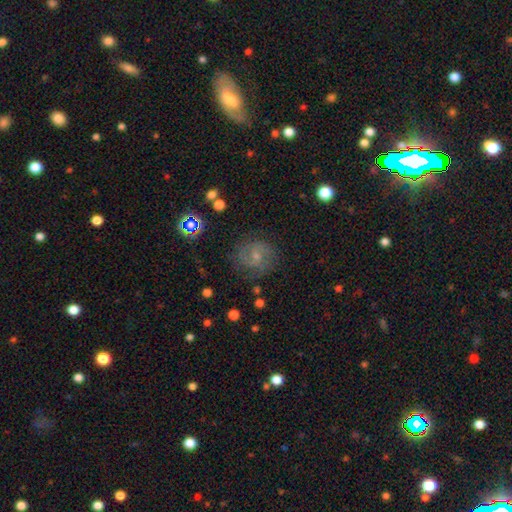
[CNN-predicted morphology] Smooth or featured?
  - featured or disk: 56% *
  - smooth: 29%
  - star or artifact: 15%
Edge-on disk?
  - no: 98% *
  - yes: 2%
Bar?
  - no: 53% *
  - weak: 39%
  - strong: 8%
Spiral arms?
  - yes: 86% *
  - no: 14%
Bulge size?
  - small: 61% *
  - moderate: 31%
  - none: 6%
  - large: 2%
  - dominant: 1%
Merging?
  - none: 73% *
  - minor disturbance: 17%
  - major disturbance: 9%
  - merger: 2%